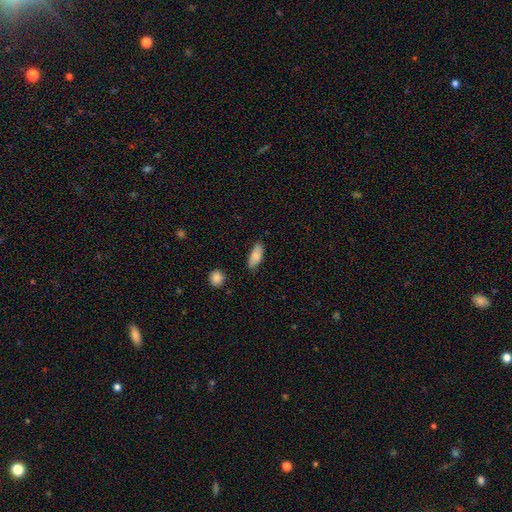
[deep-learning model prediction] smooth_or_featured: smooth (p=0.84) [alt: featured or disk p=0.10]
how_rounded: in between (p=0.83) [alt: cigar-shaped p=0.15]
merging: none (p=0.79) [alt: minor disturbance p=0.16]